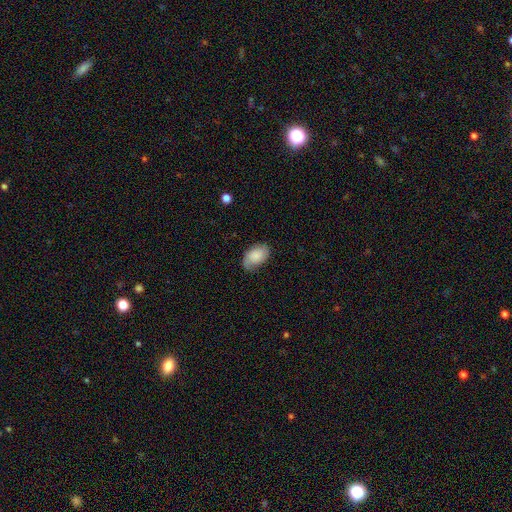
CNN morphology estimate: smooth_or_featured: smooth (p=0.71) [alt: featured or disk p=0.22]
how_rounded: in between (p=0.89) [alt: round p=0.09]
merging: none (p=0.60) [alt: minor disturbance p=0.29]